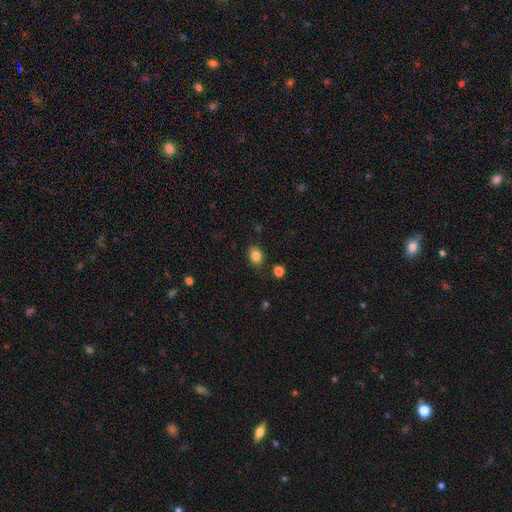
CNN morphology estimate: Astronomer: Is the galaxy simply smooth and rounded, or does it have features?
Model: smooth — 84%.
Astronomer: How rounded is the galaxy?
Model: in between — 71%.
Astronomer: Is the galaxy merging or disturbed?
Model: none — 83%.